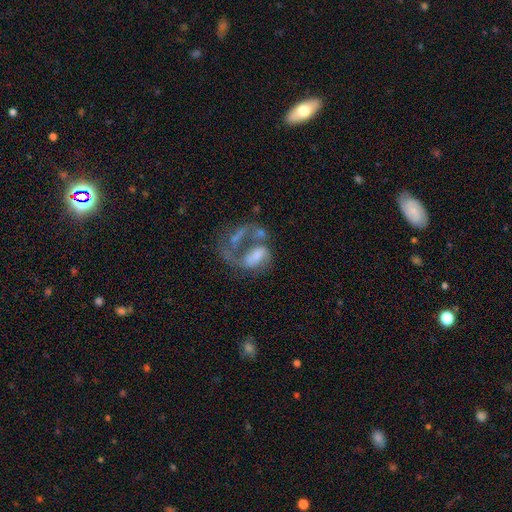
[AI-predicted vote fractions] A featured or disk galaxy (65%) with no bar (51%), spiral arms (61%) and no central bulge (36%).

Vote fractions:
- Smooth or featured? featured or disk: 65% / smooth: 23% / star or artifact: 12%
- Edge-on disk? no: 97% / yes: 3%
- Bar? no: 51% / weak: 32% / strong: 17%
- Spiral arms? yes: 61% / no: 39%
- Bulge size? none: 36% / moderate: 26% / small: 24% / large: 11% / dominant: 3%
- Merging? major disturbance: 38% / merger: 33% / none: 20% / minor disturbance: 9%